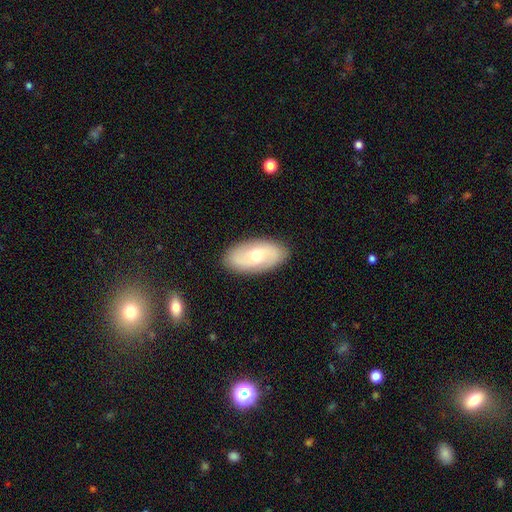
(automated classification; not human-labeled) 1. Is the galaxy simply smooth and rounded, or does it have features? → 50% featured or disk, 44% smooth, 6% star or artifact.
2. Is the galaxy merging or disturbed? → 87% none, 9% minor disturbance, 2% major disturbance, 1% merger.